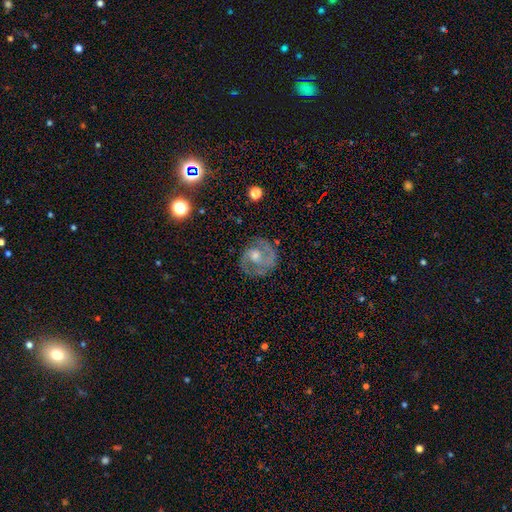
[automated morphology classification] A featured or disk galaxy (81%) with no bar (50%), 2 (81%) medium (48%) spiral arms (93%) and a moderate central bulge (58%). Merging: none (78%).